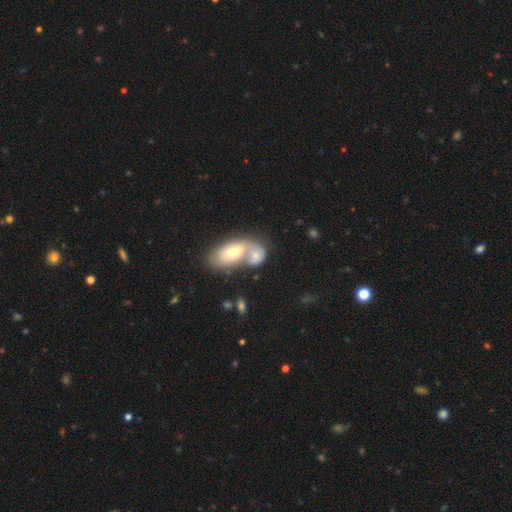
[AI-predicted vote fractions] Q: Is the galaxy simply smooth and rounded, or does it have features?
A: smooth — 66%.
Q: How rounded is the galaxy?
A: in between — 82%.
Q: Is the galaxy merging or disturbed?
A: merger — 72%.